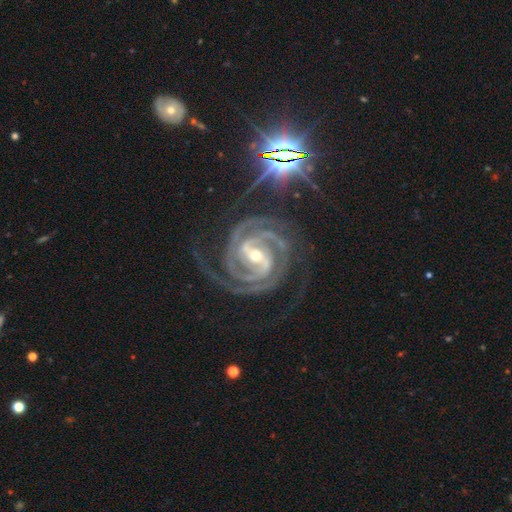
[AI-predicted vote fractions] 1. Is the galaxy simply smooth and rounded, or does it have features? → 93% featured or disk, 5% star or artifact, 2% smooth.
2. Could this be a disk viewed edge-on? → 98% no, 2% yes.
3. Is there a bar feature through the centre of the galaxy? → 55% strong, 31% weak, 14% no.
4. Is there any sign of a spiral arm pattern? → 99% yes, 1% no.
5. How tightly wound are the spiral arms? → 70% tight, 27% medium, 3% loose.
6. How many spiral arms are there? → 47% 2, 31% 3, 8% 4, 6% can't tell, 4% more than 4, 4% 1.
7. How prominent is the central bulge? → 52% small, 45% moderate, 2% large, 1% none, 1% dominant.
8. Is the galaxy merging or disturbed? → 74% none, 15% minor disturbance, 9% major disturbance, 2% merger.